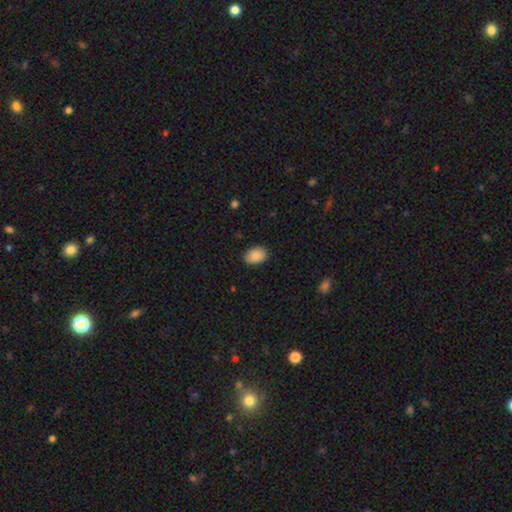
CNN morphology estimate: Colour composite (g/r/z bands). It shows a smooth galaxy with no disk features (89%) that is in between round and cigar-shaped (84%). Merging: none (89%).